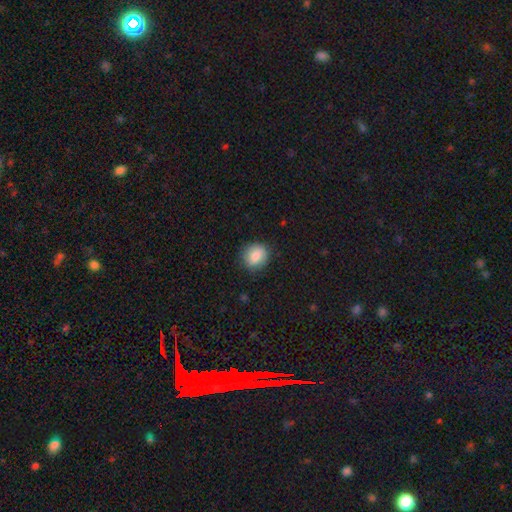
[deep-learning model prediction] smooth_or_featured: smooth (p=0.81) [alt: featured or disk p=0.11]
how_rounded: round (p=0.77) [alt: in between p=0.22]
merging: none (p=0.81) [alt: minor disturbance p=0.14]